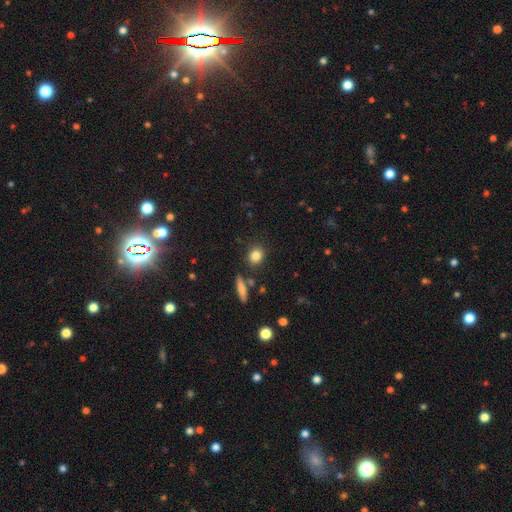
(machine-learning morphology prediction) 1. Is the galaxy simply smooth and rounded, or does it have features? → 83% smooth, 10% star or artifact, 7% featured or disk.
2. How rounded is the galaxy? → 62% round, 35% in between, 3% cigar-shaped.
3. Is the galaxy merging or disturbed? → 83% none, 9% minor disturbance, 5% merger, 3% major disturbance.